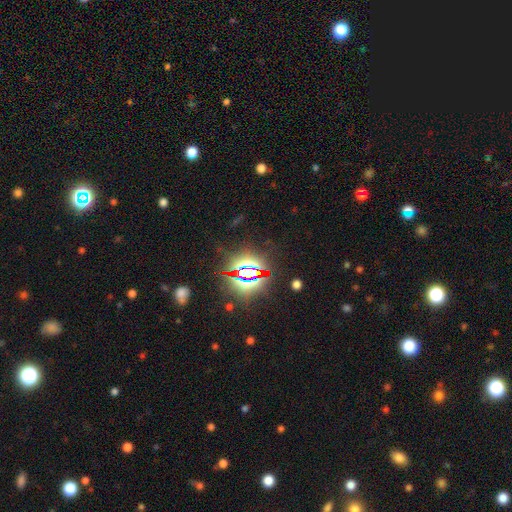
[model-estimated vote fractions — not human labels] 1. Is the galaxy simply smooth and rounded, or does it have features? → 85% star or artifact, 9% smooth, 7% featured or disk.